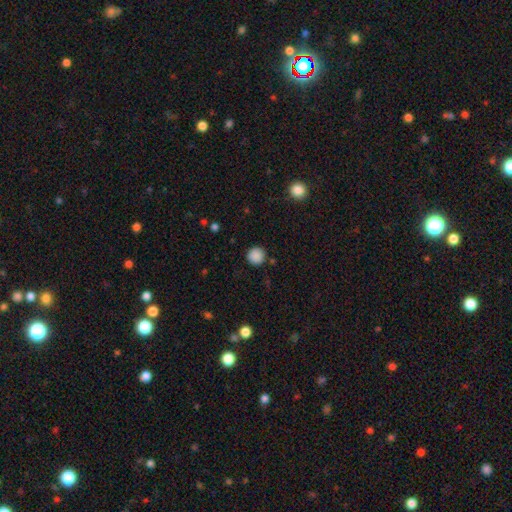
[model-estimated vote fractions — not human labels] Morphology: type=smooth (87%); roundness=round (95%); merging=none (89%).